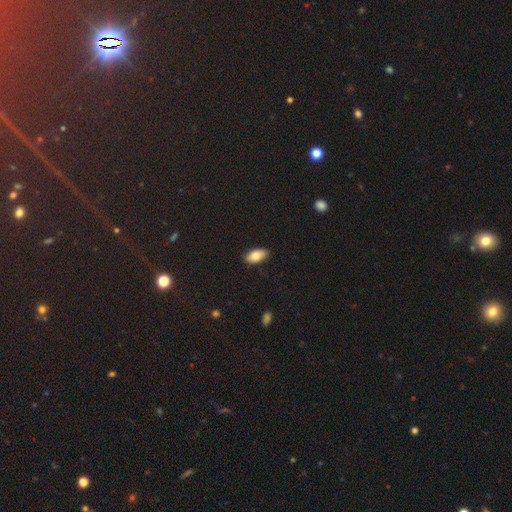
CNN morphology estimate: Smooth or featured?
  - smooth: 82% *
  - featured or disk: 11%
  - star or artifact: 8%
How rounded?
  - in between: 93% *
  - cigar-shaped: 4%
  - round: 3%
Merging?
  - none: 87% *
  - minor disturbance: 11%
  - major disturbance: 2%
  - merger: 1%